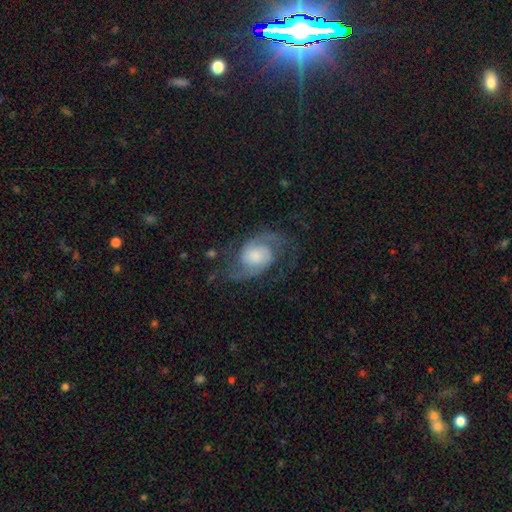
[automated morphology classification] The model was most divided on "bulge size": moderate: 34%, small: 27%, large: 25%, none: 11%, dominant: 4%. More confident: edge-on disk — no (98%); spiral arms — yes (97%); spiral arm count — 2 (88%); smooth or featured — featured or disk (85%); merging — none (67%); bar — no (62%); spiral winding — medium (53%).